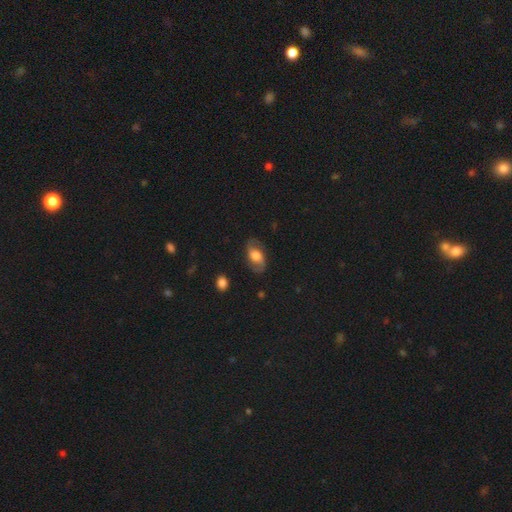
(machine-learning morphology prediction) Overall: featured or disk (59%; smooth 34%). Edge-on disk: no (94%). Bar: no (53%; weak 34%). Spiral arms: yes (82%). Bulge size: moderate (44%; large 41%). Merging: none (77%).